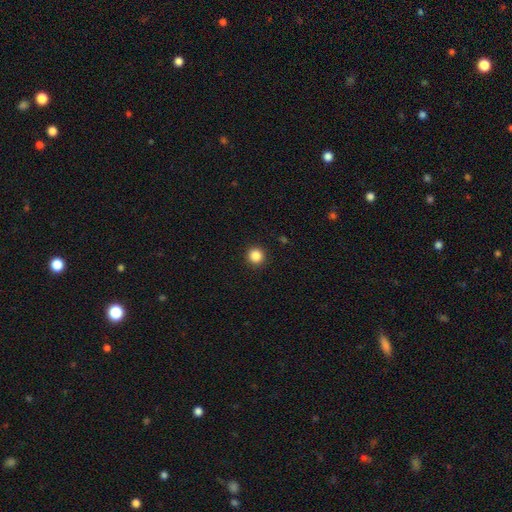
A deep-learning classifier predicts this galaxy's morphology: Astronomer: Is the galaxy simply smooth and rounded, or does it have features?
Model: smooth — 86%.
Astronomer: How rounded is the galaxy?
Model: round — 95%.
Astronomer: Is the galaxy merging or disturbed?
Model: none — 93%.